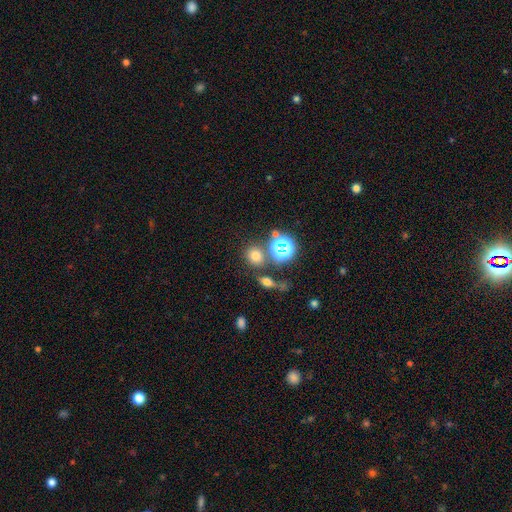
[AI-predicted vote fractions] Smooth or featured: smooth — 68% (star or artifact — 24%)
How rounded: round — 73% (in between — 25%)
Merging: none — 74% (merger — 13%)